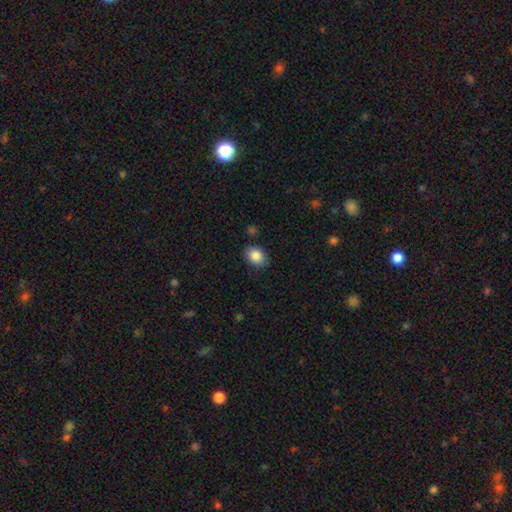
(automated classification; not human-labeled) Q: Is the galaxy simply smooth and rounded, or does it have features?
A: smooth — 86%.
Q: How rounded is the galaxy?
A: in between — 70%.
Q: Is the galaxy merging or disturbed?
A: none — 85%.